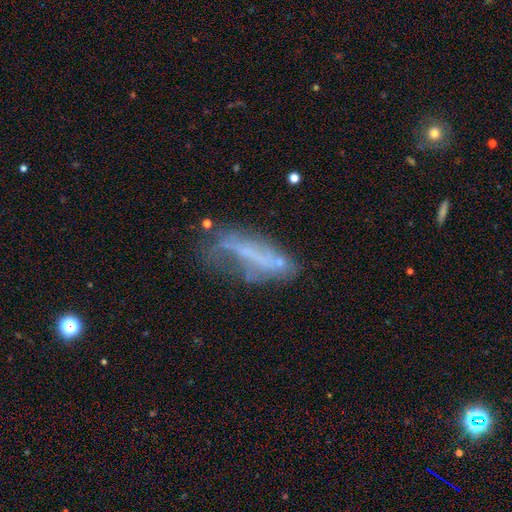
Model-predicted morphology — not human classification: Q: Smooth or featured?
A: featured or disk (49%); runner-up: smooth (38%)
Q: Merging?
A: none (38%); runner-up: minor disturbance (27%)